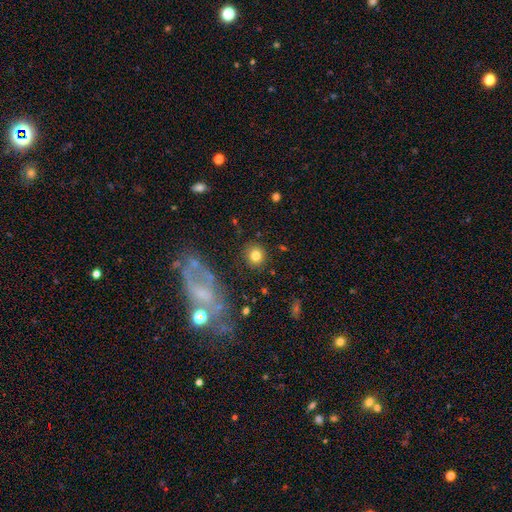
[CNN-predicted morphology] Overall: smooth (80%). How rounded: round (87%). Merging: none (87%).